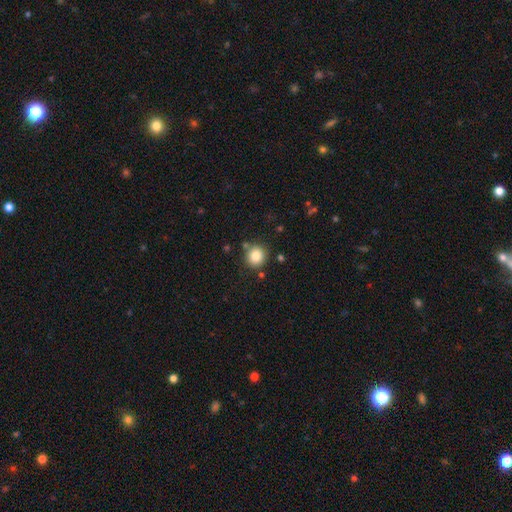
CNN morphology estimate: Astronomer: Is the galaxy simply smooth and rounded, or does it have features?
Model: smooth — 85%.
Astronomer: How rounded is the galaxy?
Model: round — 84%.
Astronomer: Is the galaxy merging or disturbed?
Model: none — 81%.